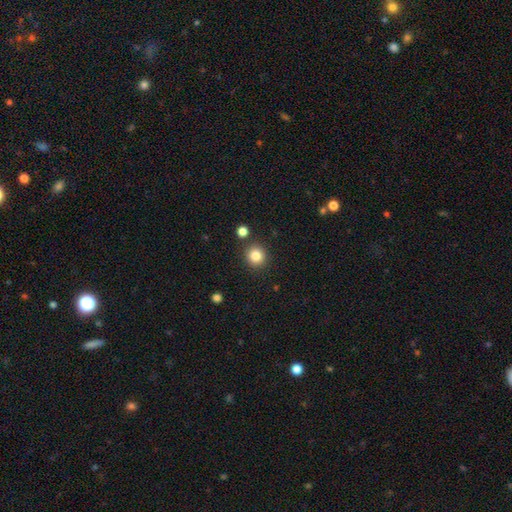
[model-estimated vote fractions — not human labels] A smooth galaxy with no disk features (83%) that is round (92%).

Vote fractions:
- Smooth or featured? smooth: 83% / star or artifact: 11% / featured or disk: 6%
- How rounded? round: 92% / in between: 7% / cigar-shaped: 1%
- Merging? none: 87% / minor disturbance: 6% / merger: 4% / major disturbance: 2%